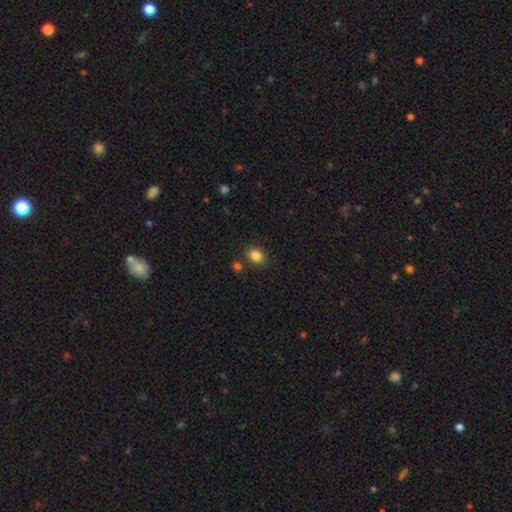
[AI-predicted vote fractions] Morphology: type=smooth (84%); roundness=round (56%); merging=none (82%).